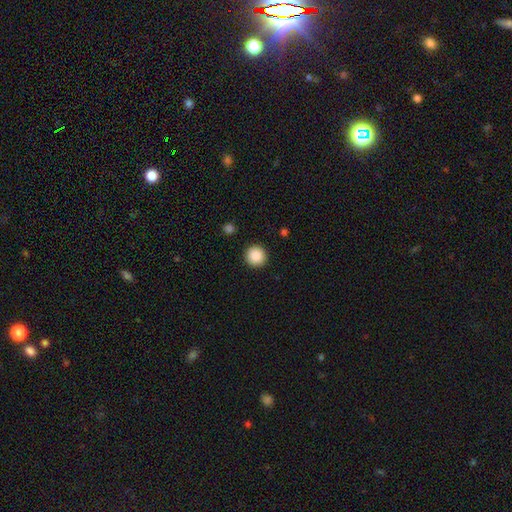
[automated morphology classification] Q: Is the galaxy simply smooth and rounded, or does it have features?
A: smooth — 89%.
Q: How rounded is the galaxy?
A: round — 94%.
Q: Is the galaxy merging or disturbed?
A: none — 92%.